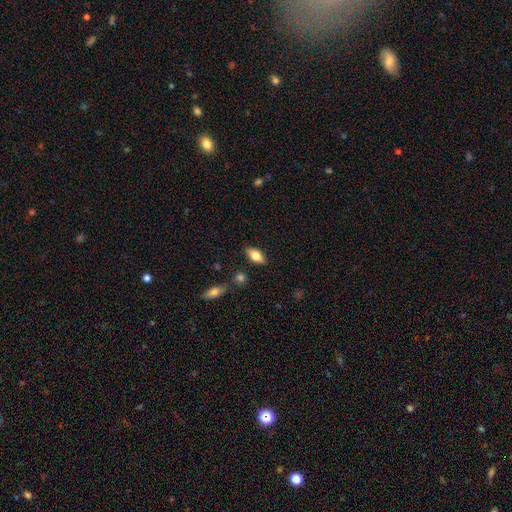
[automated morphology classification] The model was most divided on "smooth or featured": smooth: 74%, featured or disk: 19%, star or artifact: 7%. More confident: how rounded — in between (87%); merging — none (83%).